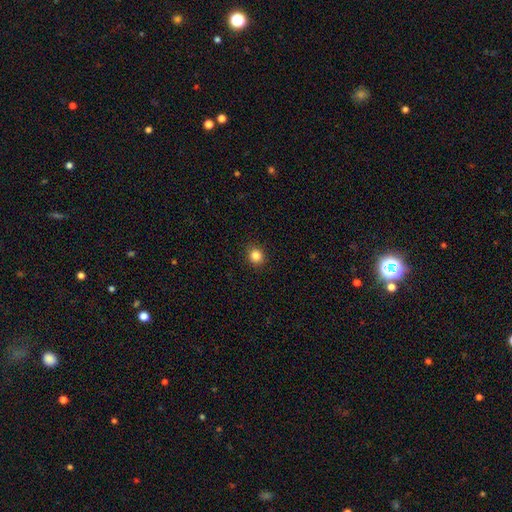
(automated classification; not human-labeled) smooth-or-featured: smooth: 85% | star or artifact: 11% | featured or disk: 4%
  how-rounded: round: 81% | in between: 19% | cigar-shaped: 1%
  merging: none: 90% | minor disturbance: 7% | major disturbance: 2% | merger: 1%